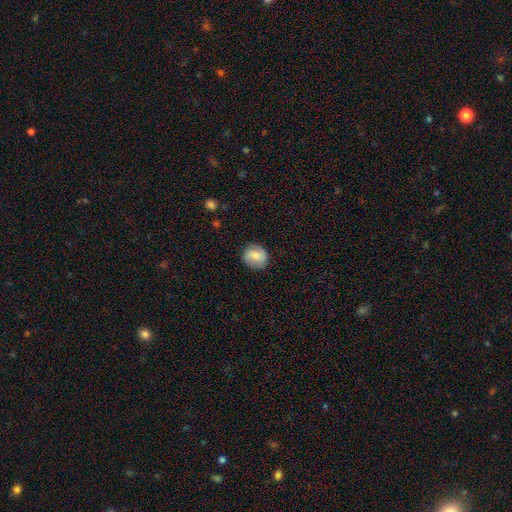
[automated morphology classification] Smooth or featured? Predicted: smooth (p=0.72). How rounded? Predicted: round (p=0.77). Merging? Predicted: none (p=0.83).